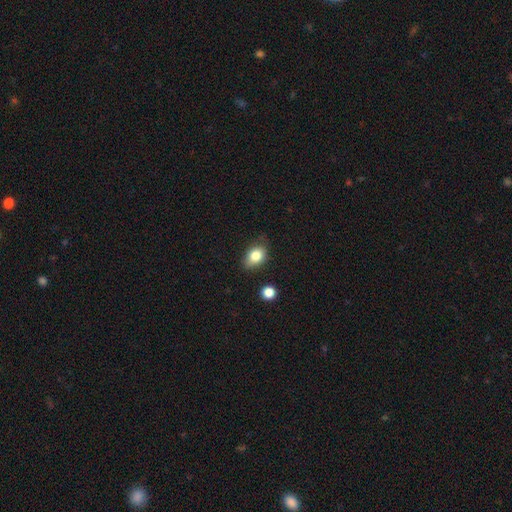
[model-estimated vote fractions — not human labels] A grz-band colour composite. It shows a smooth galaxy with no disk features (81%) that is in between round and cigar-shaped (76%). Merging: none (72%).